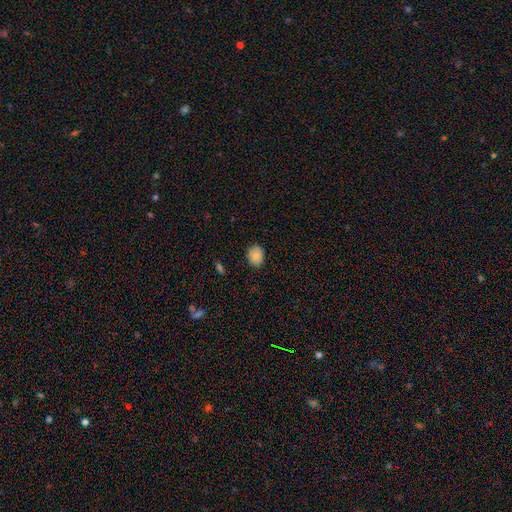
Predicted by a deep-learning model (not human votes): Smooth or featured?
  - smooth: 82% *
  - featured or disk: 10%
  - star or artifact: 8%
How rounded?
  - round: 57% *
  - in between: 42%
  - cigar-shaped: 1%
Merging?
  - none: 84% *
  - minor disturbance: 13%
  - major disturbance: 2%
  - merger: 1%